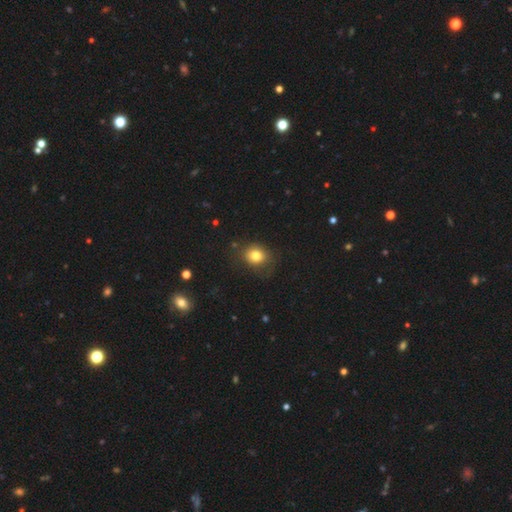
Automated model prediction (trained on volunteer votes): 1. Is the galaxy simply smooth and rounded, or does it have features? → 80% smooth, 11% star or artifact, 9% featured or disk.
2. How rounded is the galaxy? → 69% round, 30% in between, 1% cigar-shaped.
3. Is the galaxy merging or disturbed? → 73% none, 18% minor disturbance, 7% major disturbance, 2% merger.